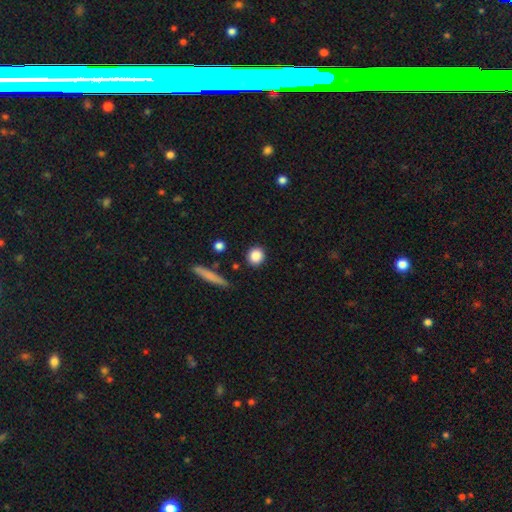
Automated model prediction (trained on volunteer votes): Smooth or featured?
  - smooth: 86% *
  - star or artifact: 9%
  - featured or disk: 5%
How rounded?
  - round: 81% *
  - in between: 16%
  - cigar-shaped: 3%
Merging?
  - none: 88% *
  - minor disturbance: 7%
  - merger: 3%
  - major disturbance: 2%